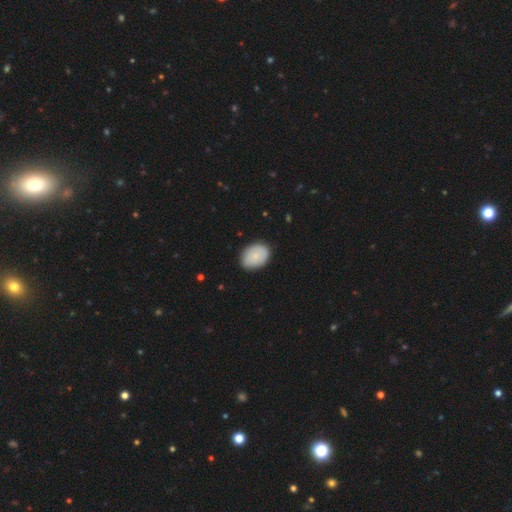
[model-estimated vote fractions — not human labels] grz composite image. It shows a smooth galaxy with no disk features (81%) that is in between round and cigar-shaped (75%). Merging: none (83%).